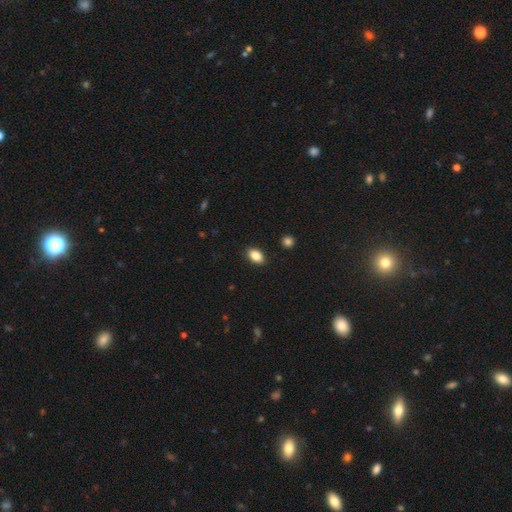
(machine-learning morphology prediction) smooth 86%, star or artifact 8%, featured or disk 5%. Down the decision tree: how rounded — in between (87%); merging — none (89%).